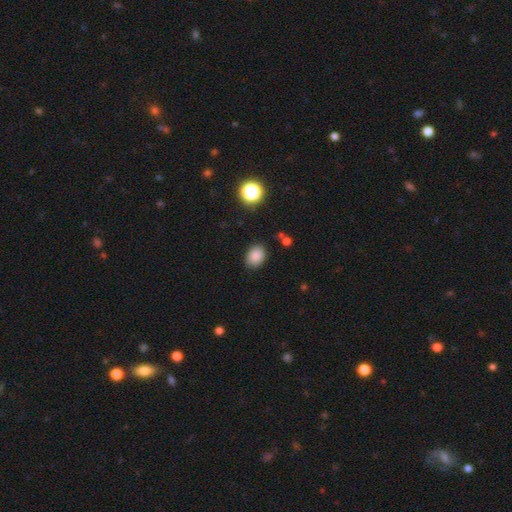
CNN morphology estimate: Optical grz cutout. It shows a smooth galaxy with no disk features (85%) that is in between round and cigar-shaped (70%). Merging: none (83%).